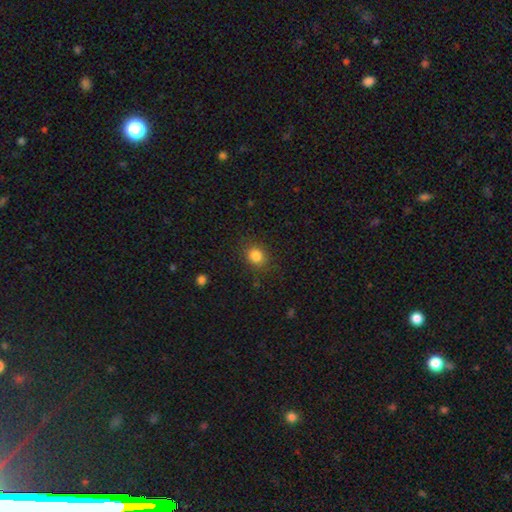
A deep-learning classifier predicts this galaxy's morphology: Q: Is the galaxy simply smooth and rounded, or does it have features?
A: smooth — 84%.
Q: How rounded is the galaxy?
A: round — 69%.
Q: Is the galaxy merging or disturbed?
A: none — 85%.